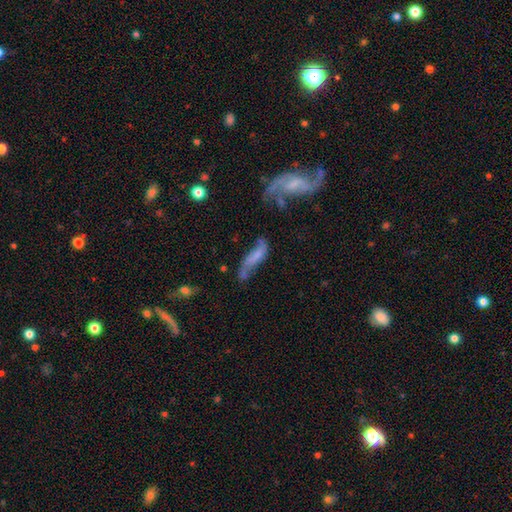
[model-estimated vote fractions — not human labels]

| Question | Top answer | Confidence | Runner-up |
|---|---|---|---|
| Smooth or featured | smooth | 47% | featured or disk (43%) |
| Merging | none | 35% | minor disturbance (28%) |